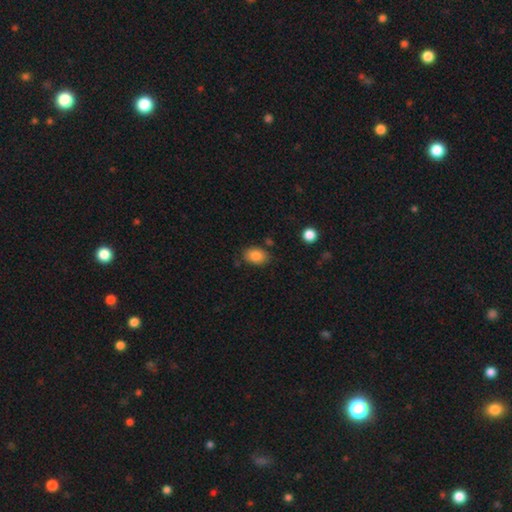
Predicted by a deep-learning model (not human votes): Q: Smooth or featured?
A: smooth (84%); runner-up: star or artifact (9%)
Q: How rounded?
A: in between (76%); runner-up: round (23%)
Q: Merging?
A: none (79%); runner-up: minor disturbance (14%)